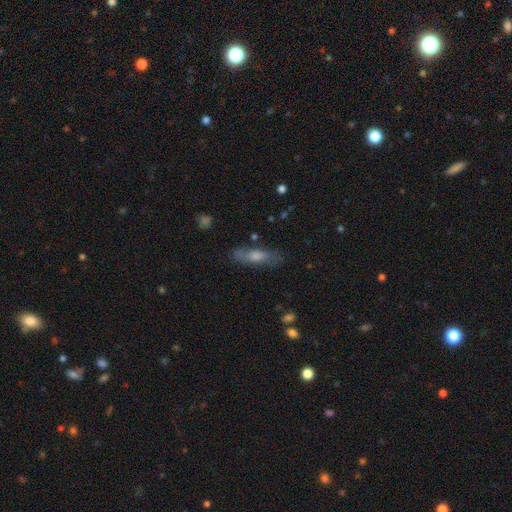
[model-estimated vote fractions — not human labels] The model was most divided on "smooth or featured": smooth: 48%, featured or disk: 43%, star or artifact: 10%. More confident: merging — none (77%).